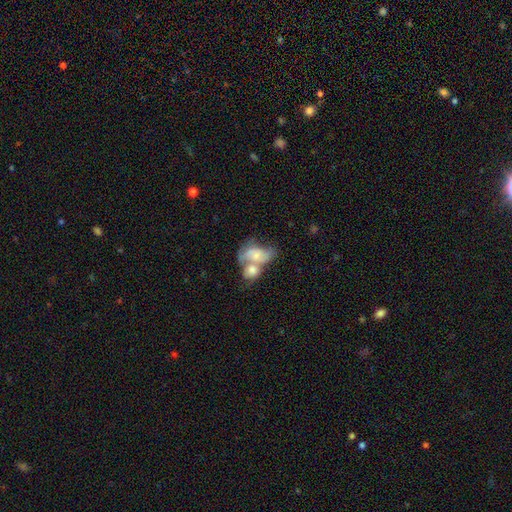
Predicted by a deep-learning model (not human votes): Smooth or featured: smooth — 49% (featured or disk — 43%)
Merging: merger — 71% (none — 12%)